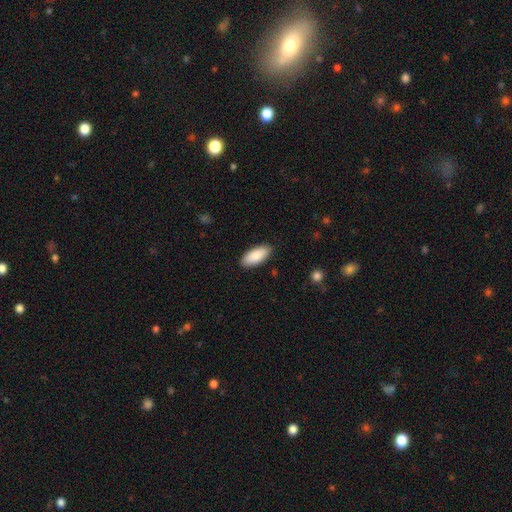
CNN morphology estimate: type=smooth (87%); roundness=in between (89%); merging=none (88%).